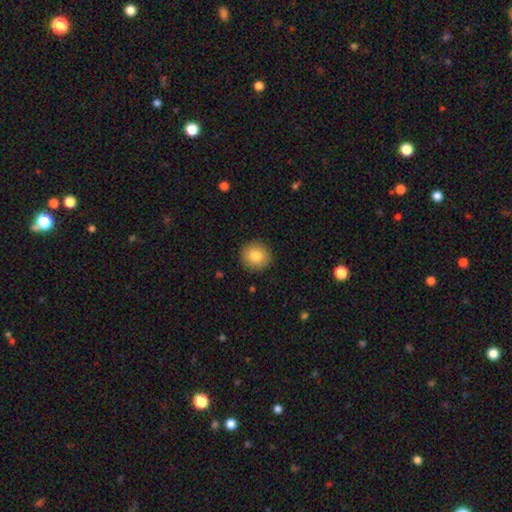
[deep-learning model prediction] The model was most divided on "smooth or featured": smooth: 83%, featured or disk: 9%, star or artifact: 8%. More confident: merging — none (91%); how rounded — round (91%).